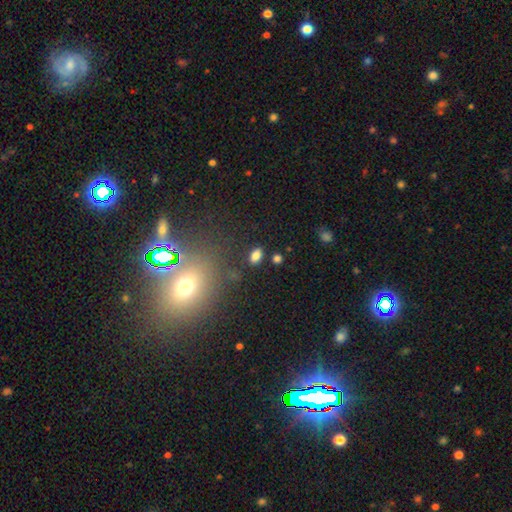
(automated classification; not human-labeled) A smooth galaxy with no disk features (81%) that is in between round and cigar-shaped (87%). Merging: none (84%).